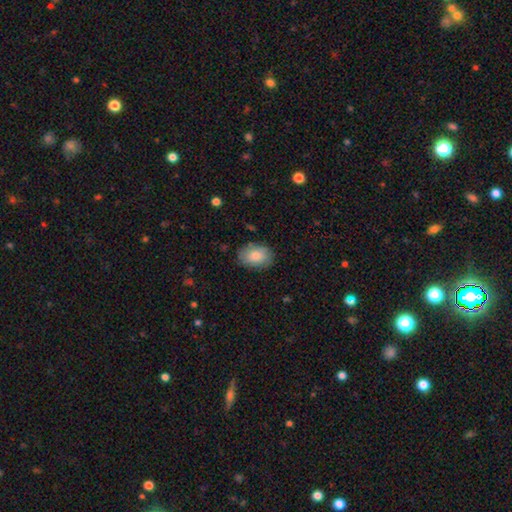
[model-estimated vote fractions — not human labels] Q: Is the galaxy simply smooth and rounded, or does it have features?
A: smooth — 79%.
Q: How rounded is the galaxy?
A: in between — 81%.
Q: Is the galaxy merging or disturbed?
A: none — 81%.